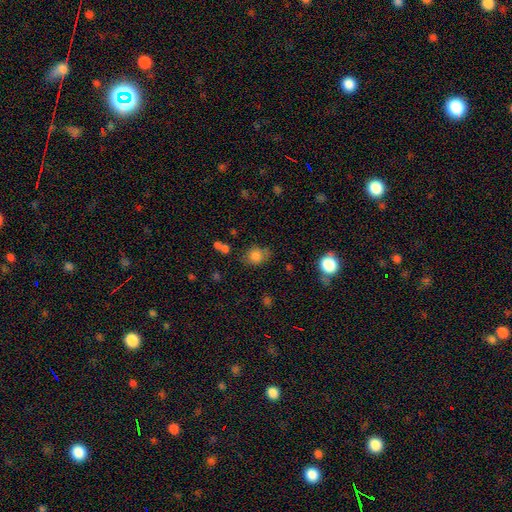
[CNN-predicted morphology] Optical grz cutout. It shows a smooth galaxy with no disk features (81%) that is round (56%). Merging: none (65%).